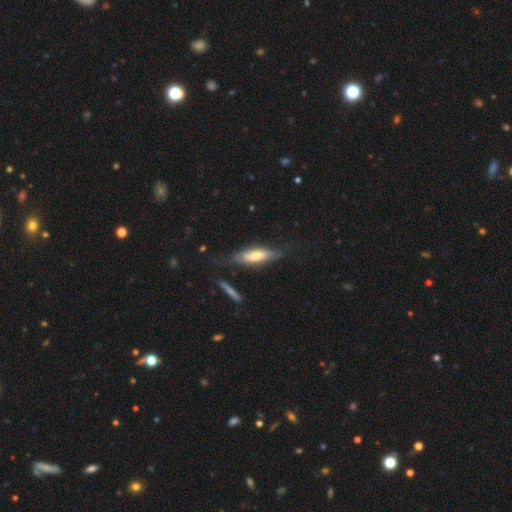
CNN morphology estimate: A smooth galaxy with no disk features (53%) that is cigar-shaped (54%).

Vote fractions:
- Smooth or featured? smooth: 53% / featured or disk: 41% / star or artifact: 6%
- How rounded? cigar-shaped: 54% / in between: 44% / round: 2%
- Merging? none: 59% / minor disturbance: 26% / major disturbance: 12% / merger: 3%